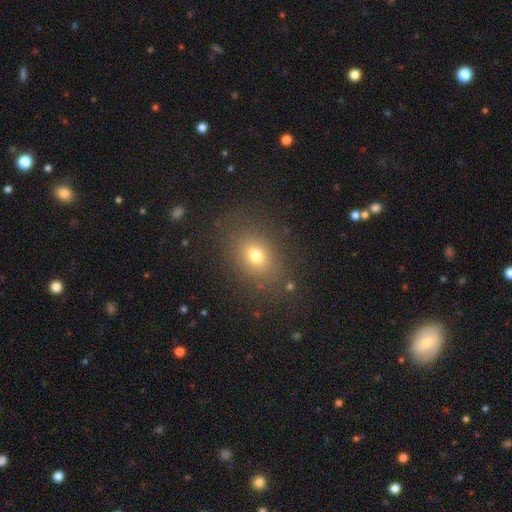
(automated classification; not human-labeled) smooth_or_featured: smooth (p=0.72) [alt: star or artifact p=0.16]
how_rounded: in between (p=0.61) [alt: round p=0.37]
merging: none (p=0.82) [alt: minor disturbance p=0.11]